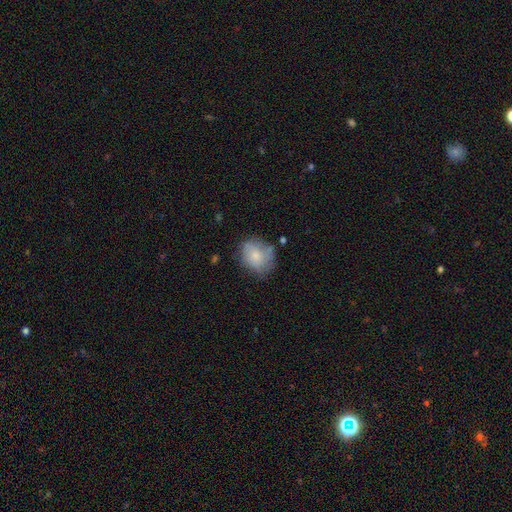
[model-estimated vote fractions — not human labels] Smooth or featured?
  - smooth: 72% *
  - featured or disk: 20%
  - star or artifact: 8%
How rounded?
  - round: 59% *
  - in between: 40%
  - cigar-shaped: 1%
Merging?
  - none: 58% *
  - minor disturbance: 28%
  - major disturbance: 10%
  - merger: 4%